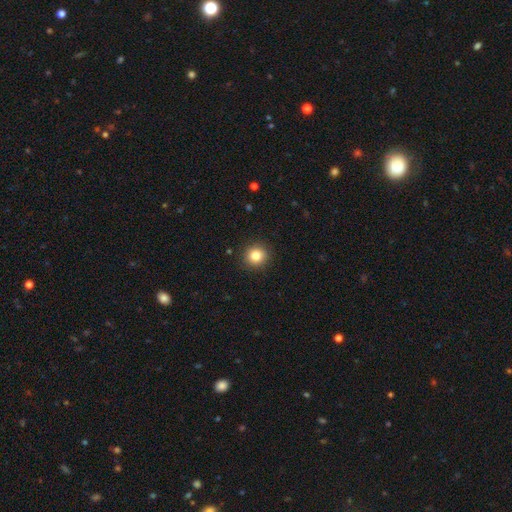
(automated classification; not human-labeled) A smooth galaxy with no disk features (84%) that is round (92%). Merging: none (91%).